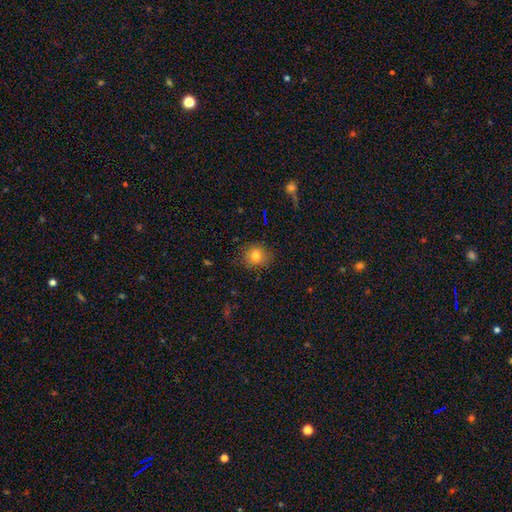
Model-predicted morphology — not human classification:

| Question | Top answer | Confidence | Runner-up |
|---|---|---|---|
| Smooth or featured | smooth | 79% | star or artifact (13%) |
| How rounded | round | 76% | in between (23%) |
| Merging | none | 84% | minor disturbance (12%) |